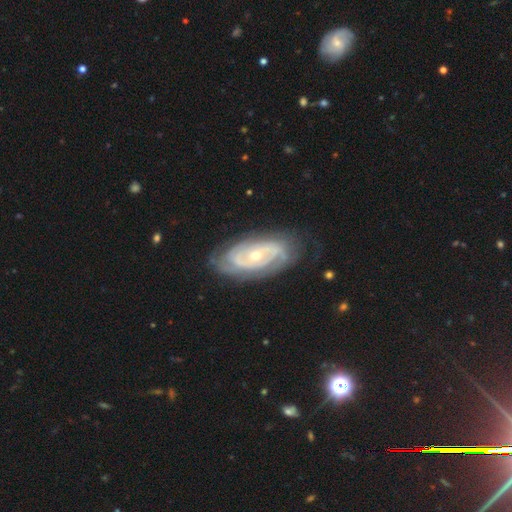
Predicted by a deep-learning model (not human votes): Morphology: type=featured or disk (87%); edge-on=no (94%); bar=no (67%); spiral arms=yes (94%); winding=tight (69%); arm count=2 (43%); bulge=small (55%); merging=none (76%).